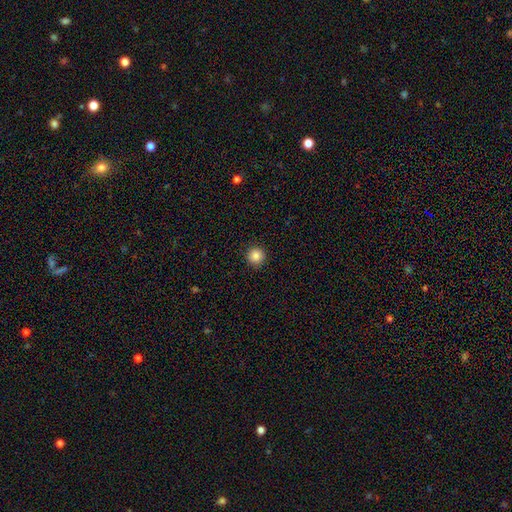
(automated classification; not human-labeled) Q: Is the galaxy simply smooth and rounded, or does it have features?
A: smooth — 86%.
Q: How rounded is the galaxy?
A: round — 96%.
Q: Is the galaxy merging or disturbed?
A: none — 93%.